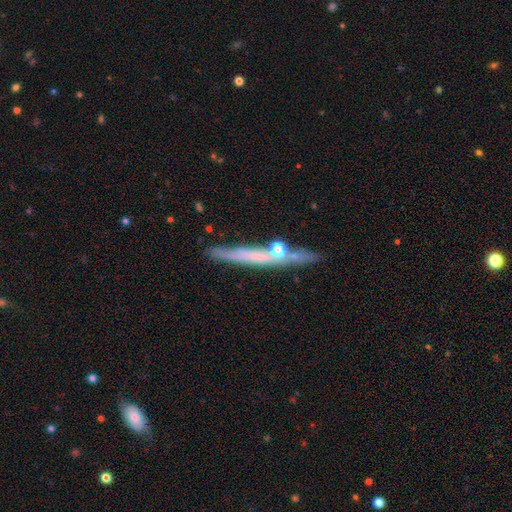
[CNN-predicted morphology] smooth-or-featured: featured or disk: 56% | smooth: 36% | star or artifact: 8%
  disk-edge-on: yes: 92% | no: 8%
    edge-on-bulge: none: 56% | rounded: 38% | boxy: 7%
  merging: none: 77% | minor disturbance: 12% | merger: 8% | major disturbance: 3%